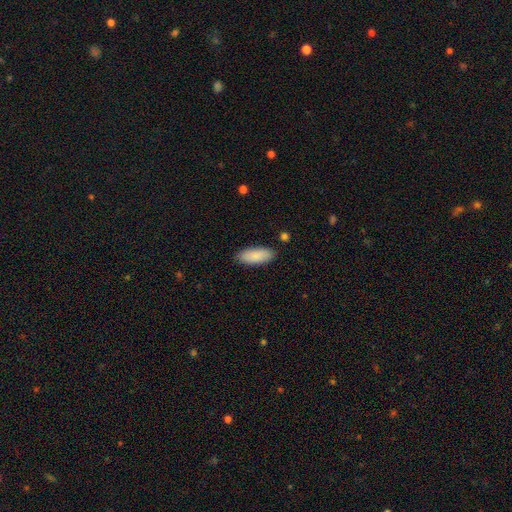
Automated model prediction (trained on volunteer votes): Smooth or featured?
  - smooth: 89% *
  - featured or disk: 6%
  - star or artifact: 6%
How rounded?
  - in between: 76% *
  - cigar-shaped: 22%
  - round: 2%
Merging?
  - none: 87% *
  - minor disturbance: 9%
  - major disturbance: 2%
  - merger: 2%